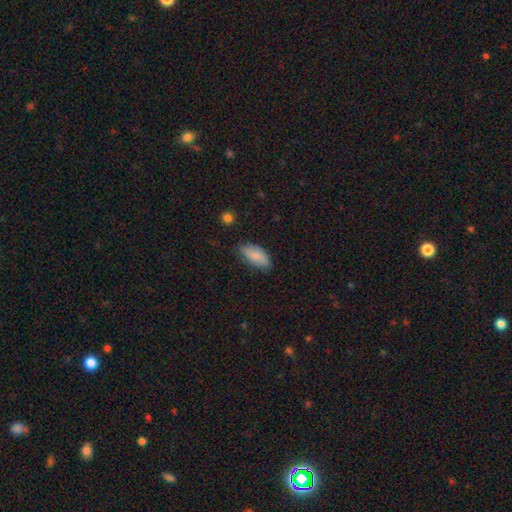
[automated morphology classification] Smooth or featured? smooth (84%)
How rounded? in between (86%)
Merging? none (74%)